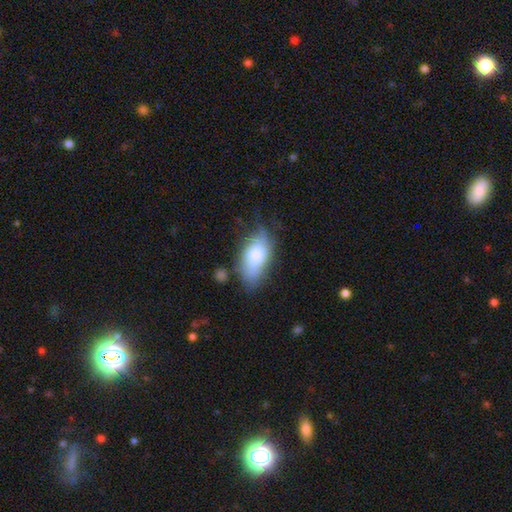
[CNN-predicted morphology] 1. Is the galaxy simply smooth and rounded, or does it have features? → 65% smooth, 28% featured or disk, 7% star or artifact.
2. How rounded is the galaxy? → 90% in between, 6% cigar-shaped, 4% round.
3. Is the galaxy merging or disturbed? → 54% none, 30% minor disturbance, 12% major disturbance, 4% merger.